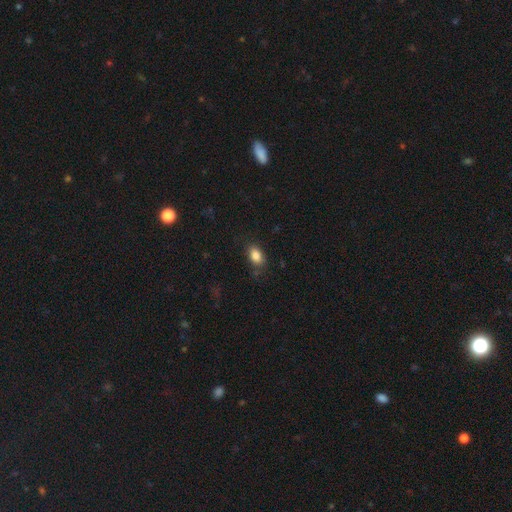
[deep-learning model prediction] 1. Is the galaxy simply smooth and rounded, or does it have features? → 85% smooth, 9% star or artifact, 6% featured or disk.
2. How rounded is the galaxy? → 85% in between, 14% round, 2% cigar-shaped.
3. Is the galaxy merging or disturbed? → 81% none, 14% minor disturbance, 4% major disturbance, 2% merger.